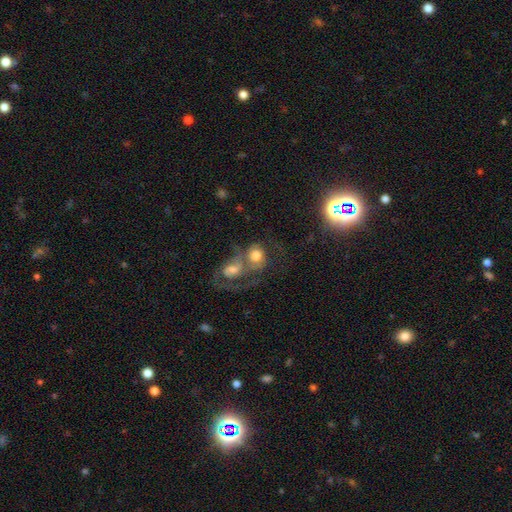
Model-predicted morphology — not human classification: Overall: featured or disk (50%; smooth 40%). Edge-on disk: no (96%). Merging: merger (70%).